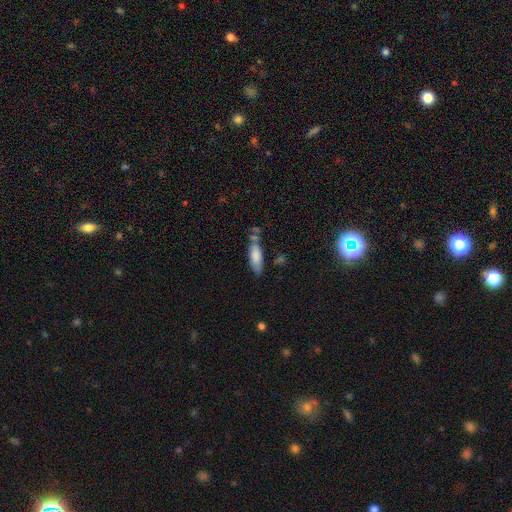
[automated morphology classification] type=smooth (81%); roundness=in between (67%); merging=none (57%).